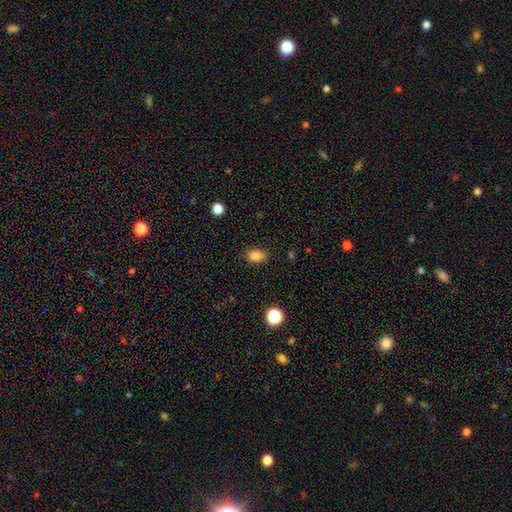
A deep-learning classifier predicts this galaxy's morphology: Q: Smooth or featured?
A: smooth (84%); runner-up: star or artifact (11%)
Q: How rounded?
A: in between (76%); runner-up: round (23%)
Q: Merging?
A: none (85%); runner-up: minor disturbance (11%)